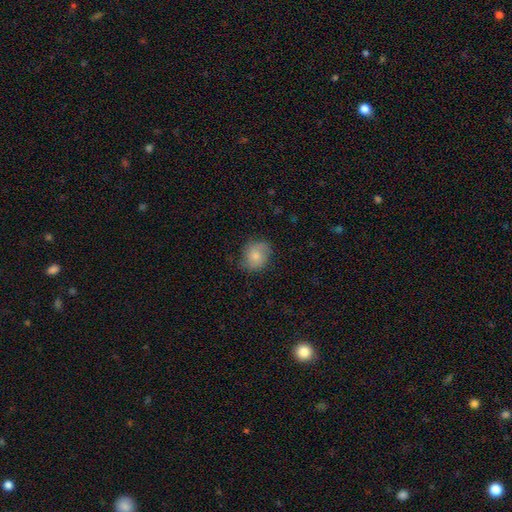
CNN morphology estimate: smooth_or_featured: smooth (p=0.70) [alt: featured or disk p=0.22]
how_rounded: round (p=0.66) [alt: in between p=0.33]
merging: none (p=0.71) [alt: minor disturbance p=0.22]